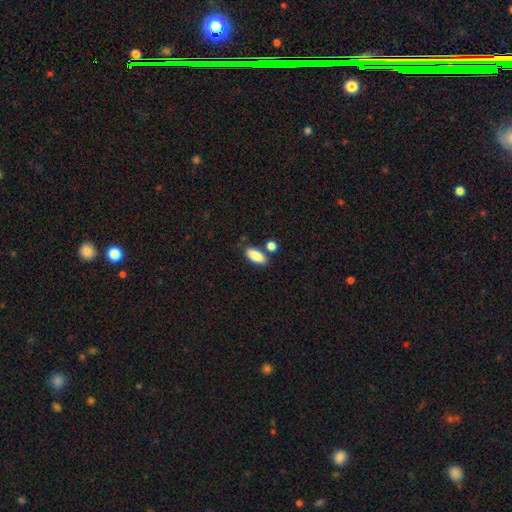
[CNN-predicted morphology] type=smooth (88%); roundness=in between (84%); merging=none (72%).